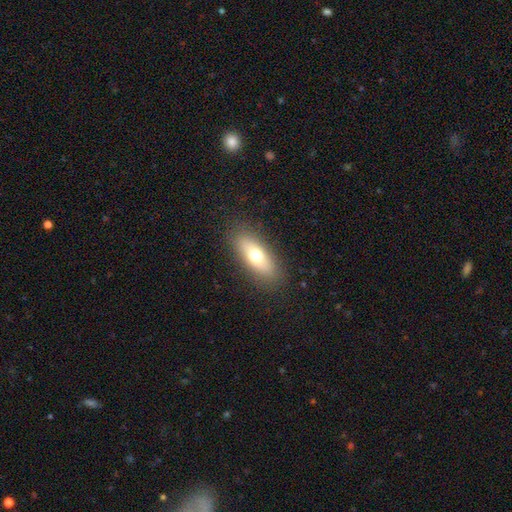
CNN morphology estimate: Smooth or featured? smooth (67%)
How rounded? in between (69%)
Merging? none (87%)